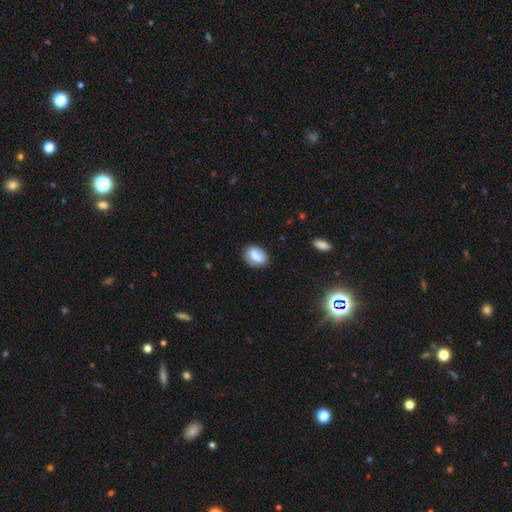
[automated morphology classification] This appears to be a smooth galaxy with no disk features (79%) that is in between round and cigar-shaped (78%). Merging: none (74%).